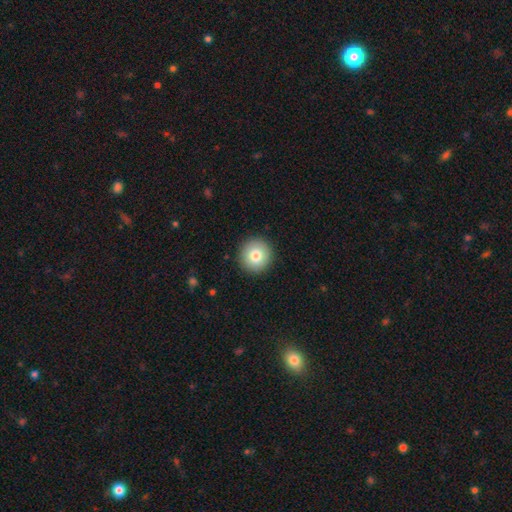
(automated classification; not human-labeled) Smooth or featured? smooth (80%)
How rounded? round (95%)
Merging? none (92%)